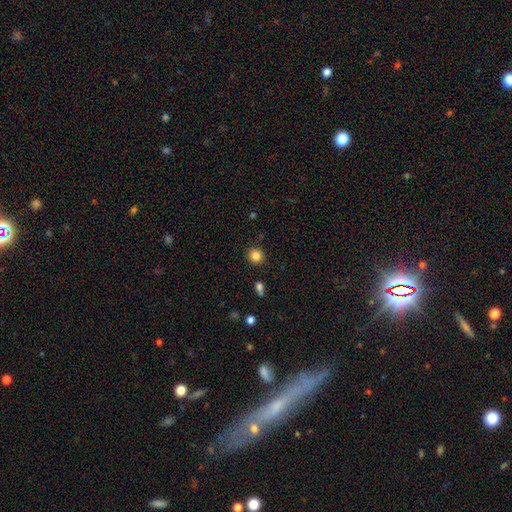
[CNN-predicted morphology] Q: Smooth or featured?
A: smooth (84%); runner-up: star or artifact (11%)
Q: How rounded?
A: round (89%); runner-up: in between (10%)
Q: Merging?
A: none (89%); runner-up: minor disturbance (6%)